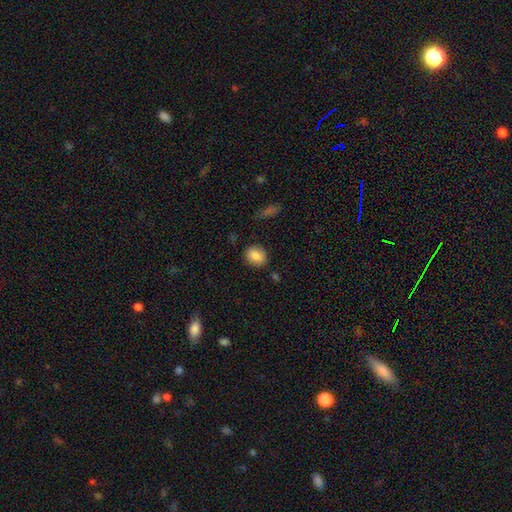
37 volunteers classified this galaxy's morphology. Q: Smooth or featured?
A: smooth (92%); runner-up: star or artifact (5%)
Q: How rounded?
A: round (53%); runner-up: in between (47%)
Q: Merging?
A: none (71%); runner-up: minor disturbance (23%)